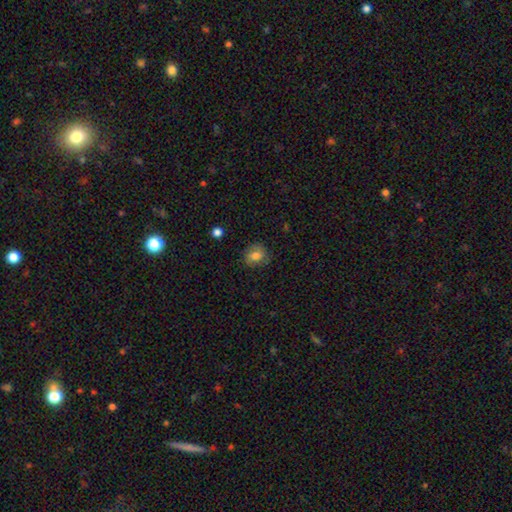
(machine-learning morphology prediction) smooth_or_featured: smooth (p=0.73) [alt: featured or disk p=0.17]
how_rounded: round (p=0.68) [alt: in between p=0.31]
merging: none (p=0.79) [alt: minor disturbance p=0.15]